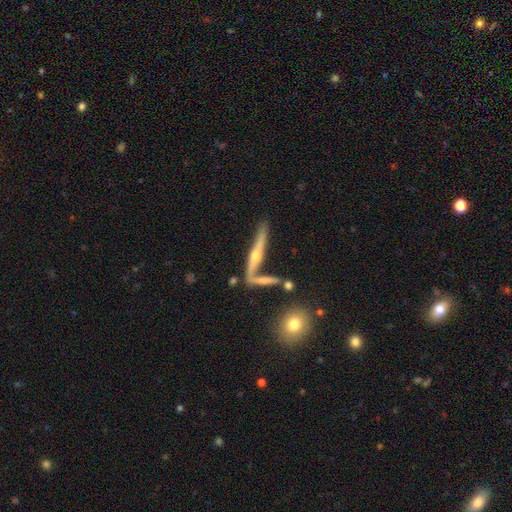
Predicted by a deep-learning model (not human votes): Q: Smooth or featured?
A: featured or disk (78%); runner-up: smooth (16%)
Q: Edge-on disk?
A: yes (84%); runner-up: no (16%)
Q: Edge-on bulge?
A: rounded (87%); runner-up: none (8%)
Q: Merging?
A: none (53%); runner-up: minor disturbance (19%)